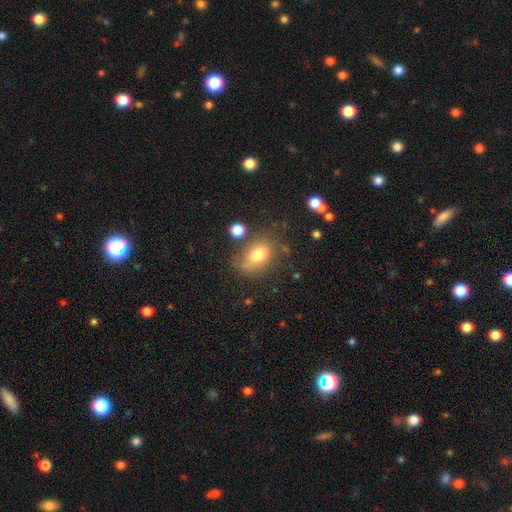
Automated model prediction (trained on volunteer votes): Smooth or featured? smooth (73%)
How rounded? in between (78%)
Merging? none (59%)